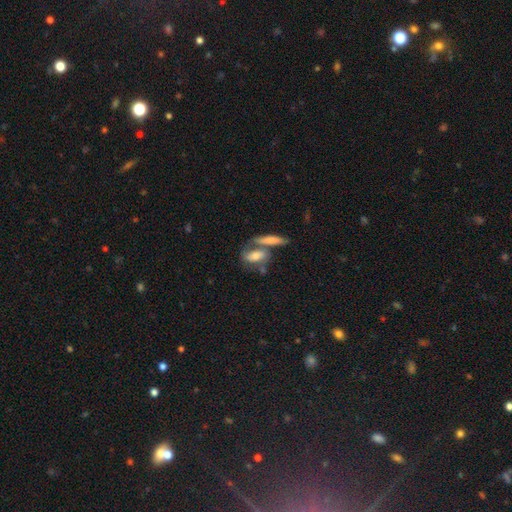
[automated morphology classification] smooth-or-featured: smooth: 54% | featured or disk: 37% | star or artifact: 9%
  how-rounded: in between: 63% | cigar-shaped: 29% | round: 8%
  merging: merger: 43% | none: 38% | minor disturbance: 12% | major disturbance: 7%